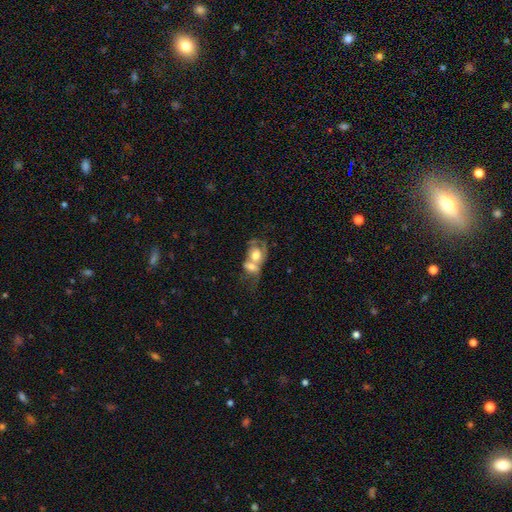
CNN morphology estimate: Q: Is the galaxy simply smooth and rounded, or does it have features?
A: featured or disk — 46%, tied with smooth.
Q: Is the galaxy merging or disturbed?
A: merger — 80%.